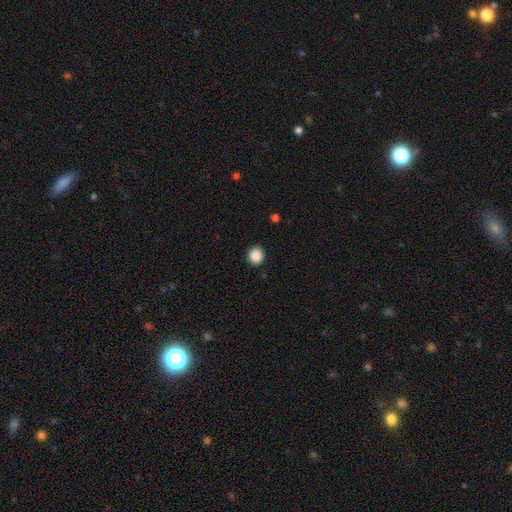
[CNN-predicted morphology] Smooth or featured?
  - smooth: 88% *
  - star or artifact: 9%
  - featured or disk: 3%
How rounded?
  - round: 79% *
  - in between: 20%
  - cigar-shaped: 1%
Merging?
  - none: 89% *
  - minor disturbance: 8%
  - major disturbance: 2%
  - merger: 1%